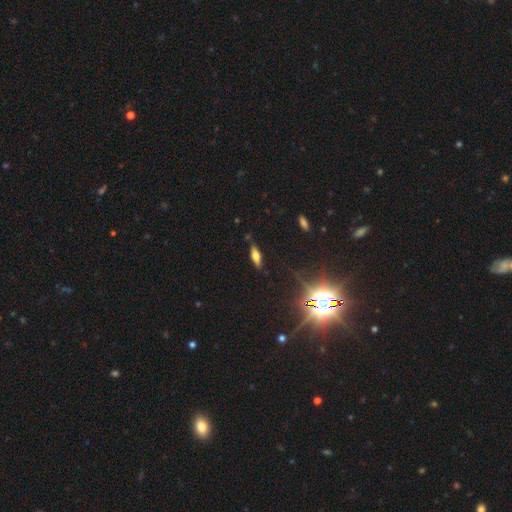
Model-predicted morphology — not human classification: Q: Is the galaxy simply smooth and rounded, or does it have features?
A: smooth — 48%.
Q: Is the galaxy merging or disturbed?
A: none — 82%.